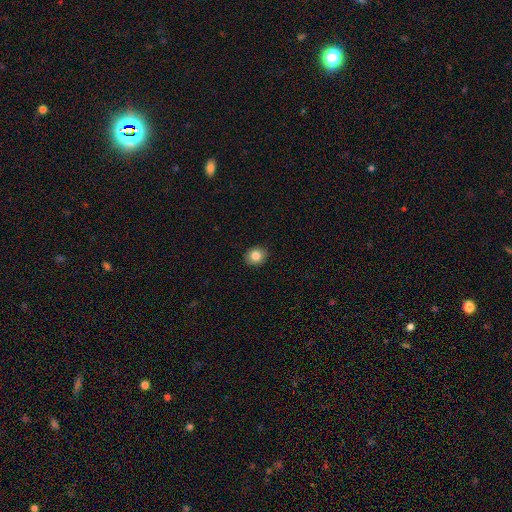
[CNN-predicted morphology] Overall: smooth (84%). How rounded: round (66%; in between 33%). Merging: none (90%).